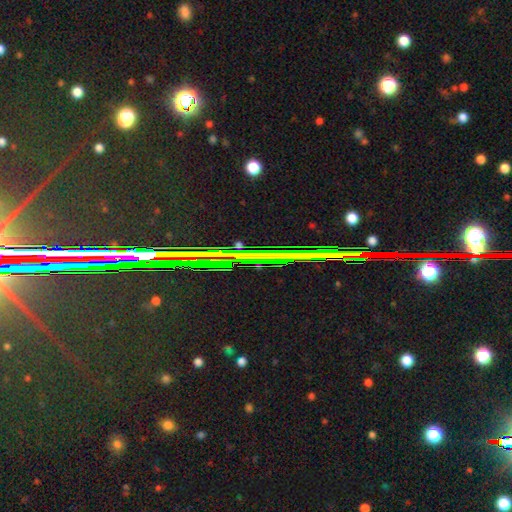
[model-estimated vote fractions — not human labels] Overall: star or artifact (79%).